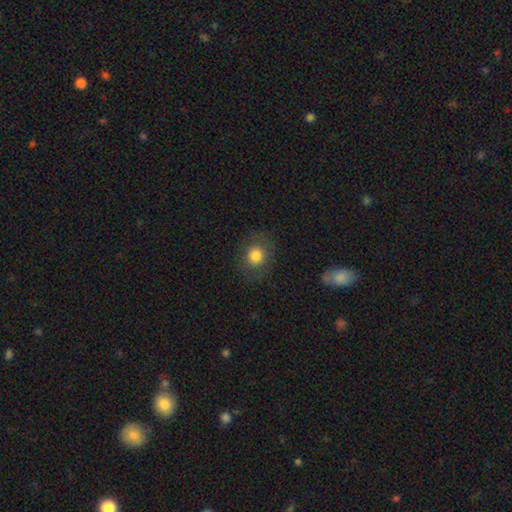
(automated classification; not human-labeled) Overall: smooth (80%). How rounded: round (74%). Merging: none (82%).